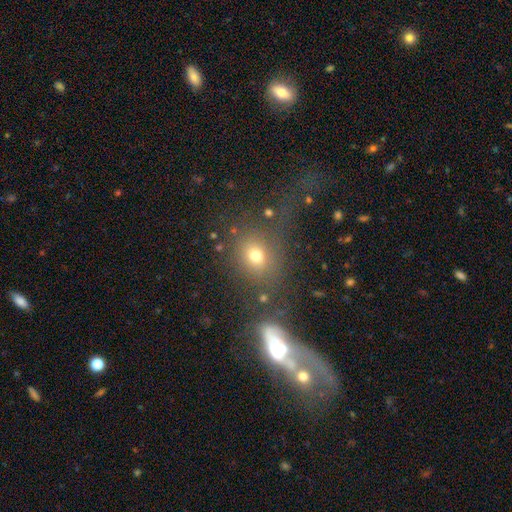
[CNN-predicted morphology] smooth 69%, star or artifact 19%, featured or disk 11%. Down the decision tree: how rounded — round (62%); merging — none (65%).